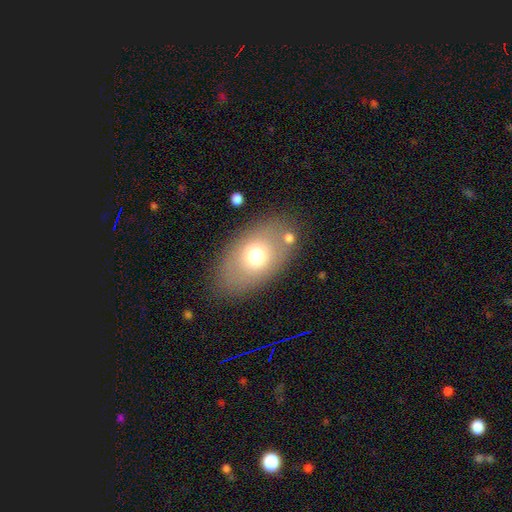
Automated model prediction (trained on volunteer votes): Q: Smooth or featured?
A: smooth (68%); runner-up: featured or disk (22%)
Q: How rounded?
A: in between (84%); runner-up: round (14%)
Q: Merging?
A: none (78%); runner-up: minor disturbance (12%)